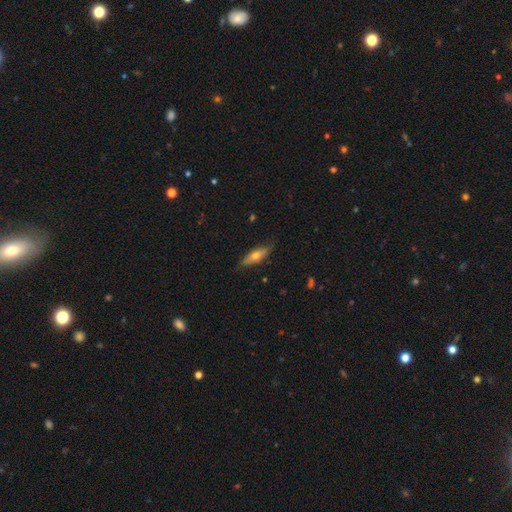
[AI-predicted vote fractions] Smooth or featured? Predicted: smooth (p=0.52). How rounded? Predicted: cigar-shaped (p=0.51). Merging? Predicted: none (p=0.80).